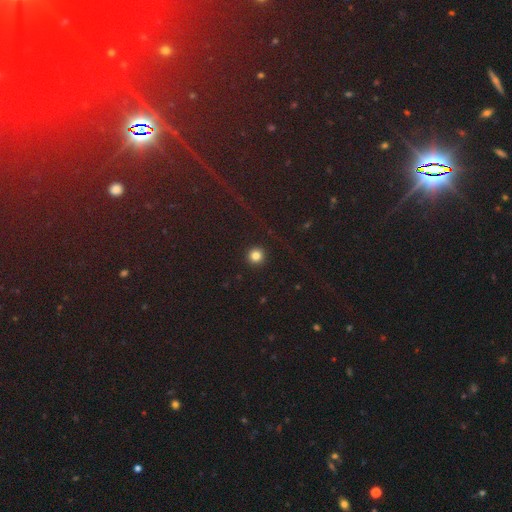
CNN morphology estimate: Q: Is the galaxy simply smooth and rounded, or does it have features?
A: smooth — 83%.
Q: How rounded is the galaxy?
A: round — 96%.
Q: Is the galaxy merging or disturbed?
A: none — 93%.